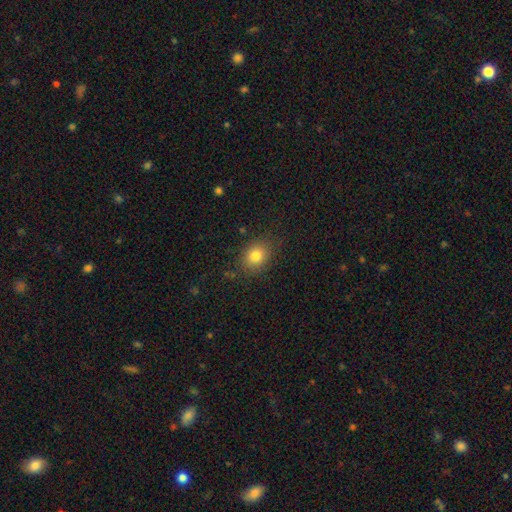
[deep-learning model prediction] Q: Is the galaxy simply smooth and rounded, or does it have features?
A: smooth — 81%.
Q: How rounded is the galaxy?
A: round — 52%.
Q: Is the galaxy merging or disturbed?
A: none — 82%.